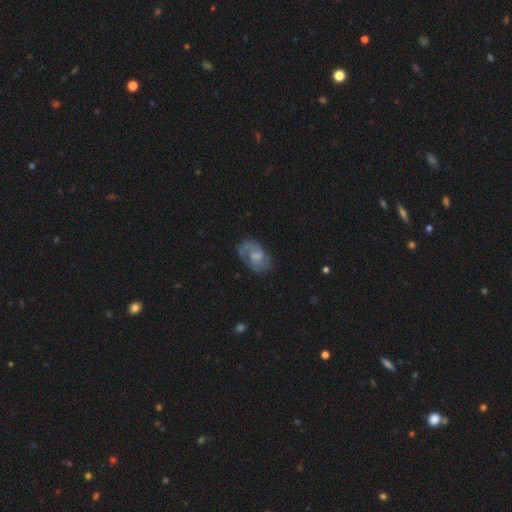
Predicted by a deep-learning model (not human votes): This is likely a featured or disk galaxy (66%). It is clearly not viewed edge-on (97%). Bar: possibly no (49%). Spiral arm pattern: clearly yes (84%). Spiral arm count: likely 2 (60%). Spiral winding: possibly medium (46%). Central bulge: marginally moderate (36%). Merging: likely none (62%).